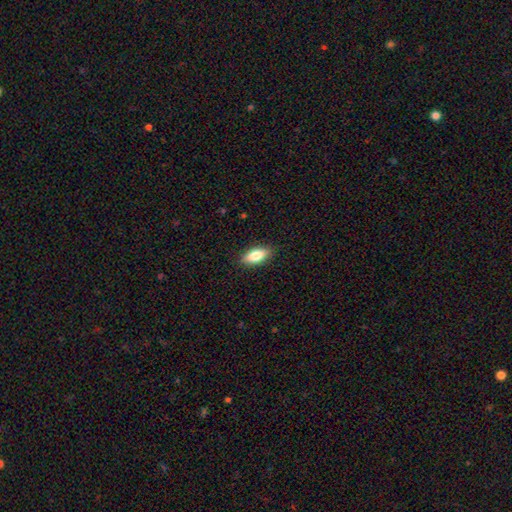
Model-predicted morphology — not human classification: The model was most divided on "how rounded": in between: 80%, cigar-shaped: 17%, round: 3%. More confident: merging — none (87%); smooth or featured — smooth (79%).